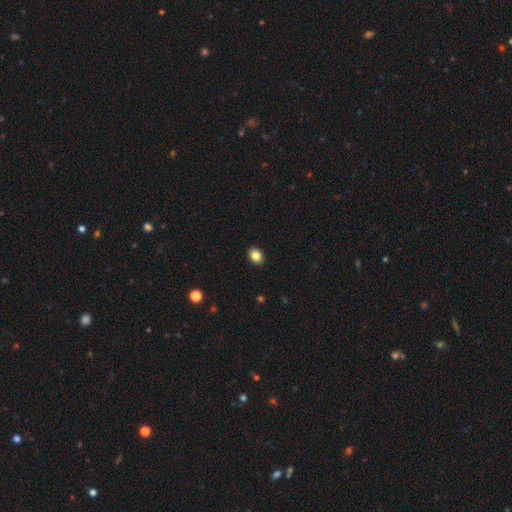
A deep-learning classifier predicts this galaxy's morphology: The model was most divided on "how rounded": in between: 56%, round: 43%, cigar-shaped: 1%. More confident: merging — none (91%); smooth or featured — smooth (85%).